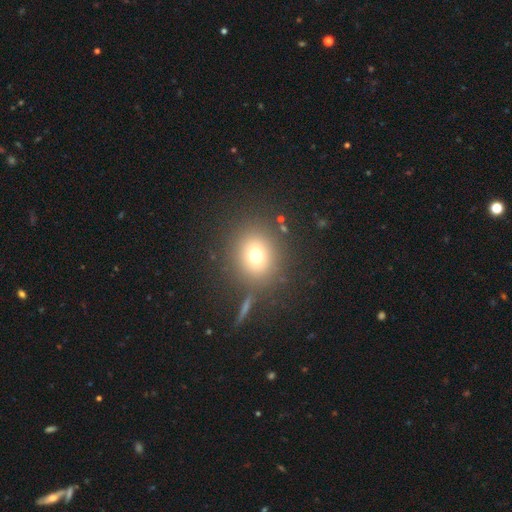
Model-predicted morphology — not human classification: A smooth galaxy with no disk features (72%) that is round (79%).

Vote fractions:
- Smooth or featured? smooth: 72% / star or artifact: 17% / featured or disk: 12%
- How rounded? round: 79% / in between: 20% / cigar-shaped: 1%
- Merging? none: 82% / minor disturbance: 8% / merger: 5% / major disturbance: 5%